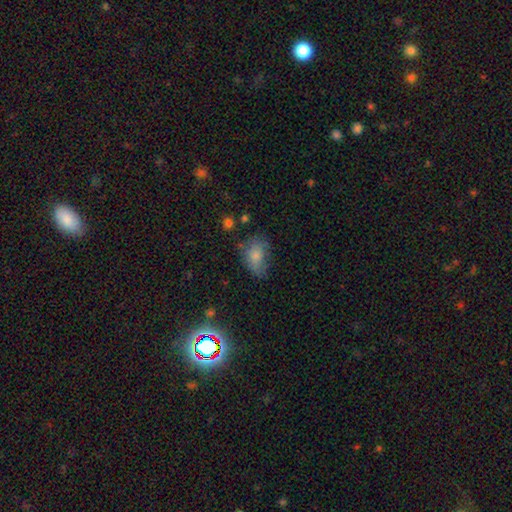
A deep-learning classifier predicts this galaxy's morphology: smooth_or_featured: smooth (p=0.74) [alt: featured or disk p=0.15]
how_rounded: in between (p=0.82) [alt: round p=0.17]
merging: none (p=0.47) [alt: minor disturbance p=0.32]